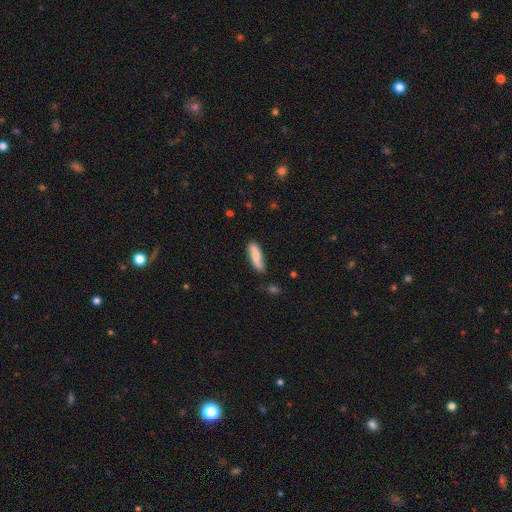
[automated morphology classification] smooth_or_featured: smooth (p=0.78) [alt: featured or disk p=0.16]
how_rounded: cigar-shaped (p=0.51) [alt: in between p=0.47]
merging: none (p=0.73) [alt: minor disturbance p=0.20]